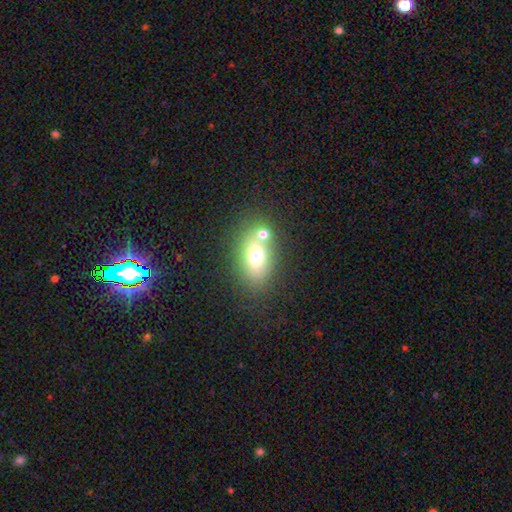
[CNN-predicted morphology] This is likely a smooth galaxy (67%). How rounded: likely in between (76%). Merging: possibly none (59%).